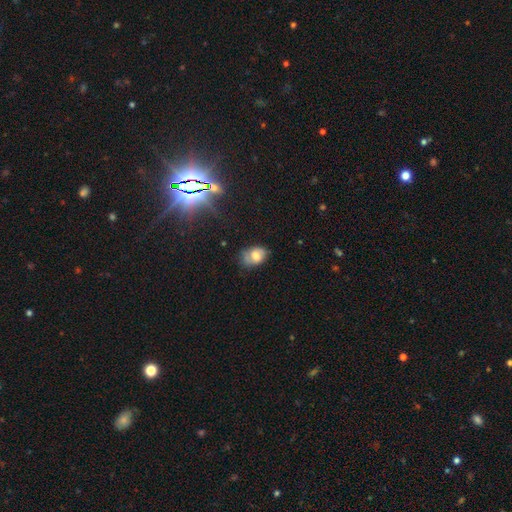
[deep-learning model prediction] A smooth galaxy with no disk features (66%) that is in between round and cigar-shaped (80%). Merging: none (58%).